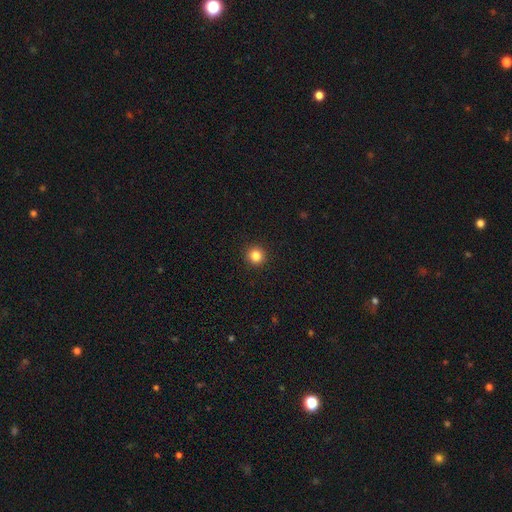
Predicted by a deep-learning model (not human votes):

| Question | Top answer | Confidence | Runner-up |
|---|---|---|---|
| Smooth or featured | smooth | 84% | star or artifact (11%) |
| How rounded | round | 95% | in between (4%) |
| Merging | none | 93% | minor disturbance (4%) |